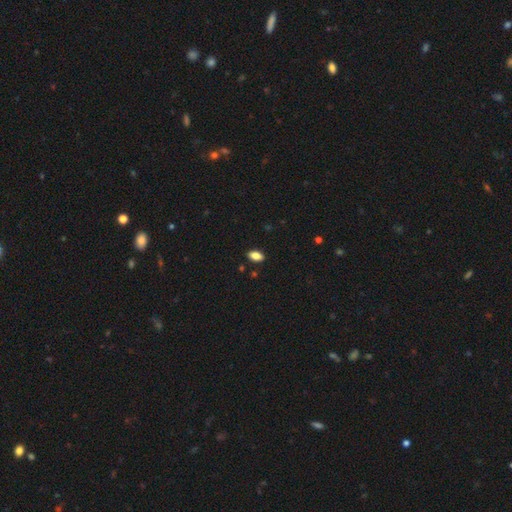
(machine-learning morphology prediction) smooth 84%, star or artifact 9%, featured or disk 7%. Down the decision tree: how rounded — in between (91%); merging — none (89%).